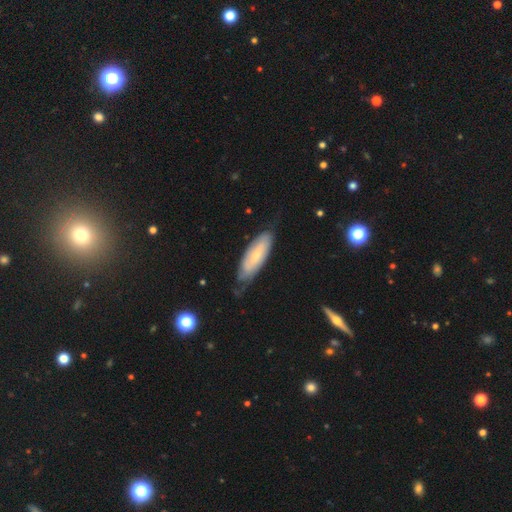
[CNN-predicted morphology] smooth_or_featured: smooth (p=0.50) [alt: featured or disk p=0.43]
how_rounded: in between (p=0.62) [alt: cigar-shaped p=0.36]
merging: none (p=0.63) [alt: minor disturbance p=0.28]